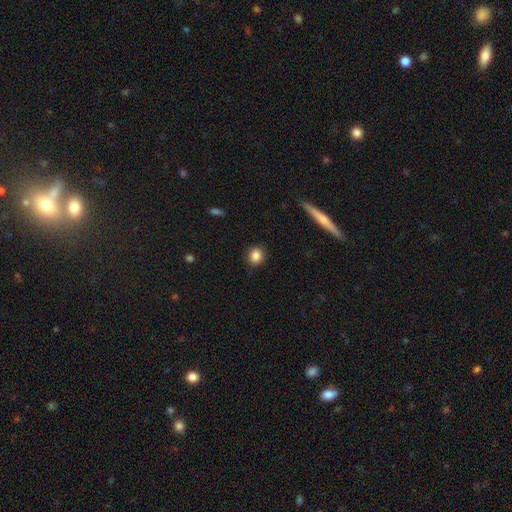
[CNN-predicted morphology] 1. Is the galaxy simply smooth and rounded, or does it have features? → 86% smooth, 9% star or artifact, 5% featured or disk.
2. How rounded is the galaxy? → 77% round, 21% in between, 2% cigar-shaped.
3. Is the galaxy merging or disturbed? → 89% none, 8% minor disturbance, 2% major disturbance, 1% merger.